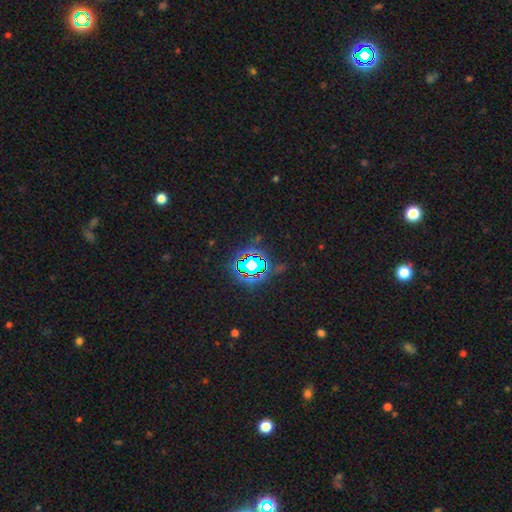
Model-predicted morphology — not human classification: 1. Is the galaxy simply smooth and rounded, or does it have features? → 82% star or artifact, 11% smooth, 7% featured or disk.